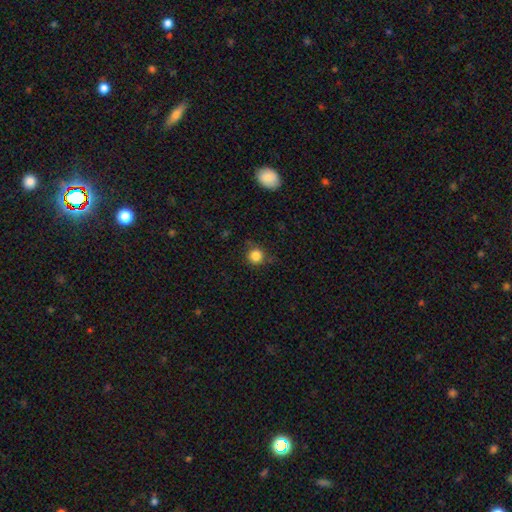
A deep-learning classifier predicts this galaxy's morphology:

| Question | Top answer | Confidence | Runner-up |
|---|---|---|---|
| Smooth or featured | smooth | 85% | star or artifact (11%) |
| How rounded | round | 94% | in between (5%) |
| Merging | none | 82% | minor disturbance (13%) |